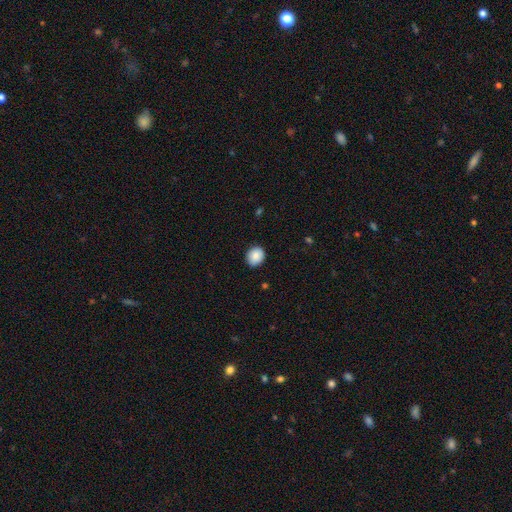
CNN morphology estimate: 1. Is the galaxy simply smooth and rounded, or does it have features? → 86% smooth, 8% star or artifact, 6% featured or disk.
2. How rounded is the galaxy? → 61% round, 38% in between, 1% cigar-shaped.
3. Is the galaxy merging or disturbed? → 87% none, 10% minor disturbance, 2% major disturbance, 1% merger.